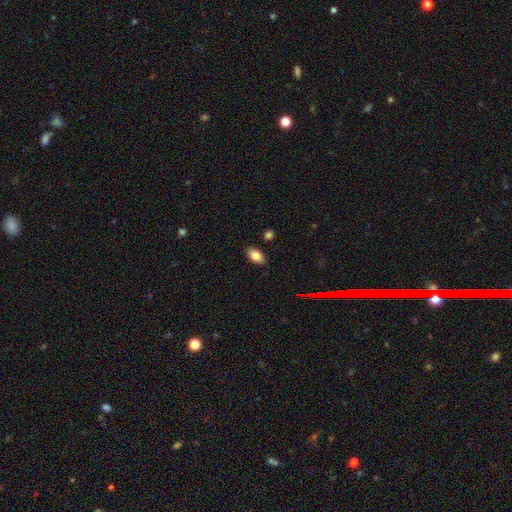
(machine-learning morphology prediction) smooth_or_featured: smooth (p=0.81) [alt: featured or disk p=0.10]
how_rounded: in between (p=0.91) [alt: round p=0.07]
merging: none (p=0.87) [alt: minor disturbance p=0.09]